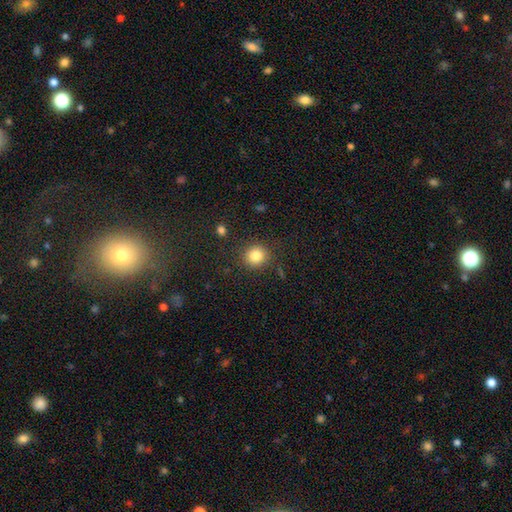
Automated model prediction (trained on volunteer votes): A smooth galaxy with no disk features (83%) that is round (90%). Merging: none (87%).